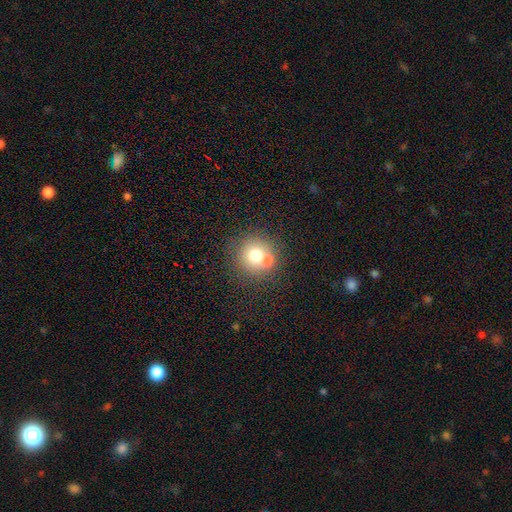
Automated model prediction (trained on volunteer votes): A smooth galaxy with no disk features (69%) that is round (92%).

Vote fractions:
- Smooth or featured? smooth: 69% / featured or disk: 18% / star or artifact: 13%
- How rounded? round: 92% / in between: 7% / cigar-shaped: 1%
- Merging? none: 56% / merger: 33% / minor disturbance: 8% / major disturbance: 3%